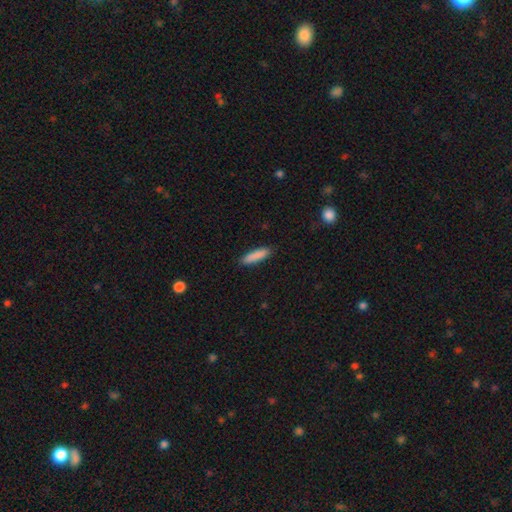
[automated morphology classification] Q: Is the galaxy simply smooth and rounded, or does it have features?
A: smooth — 88%.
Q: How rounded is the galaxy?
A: cigar-shaped — 74%.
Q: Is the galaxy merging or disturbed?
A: none — 89%.